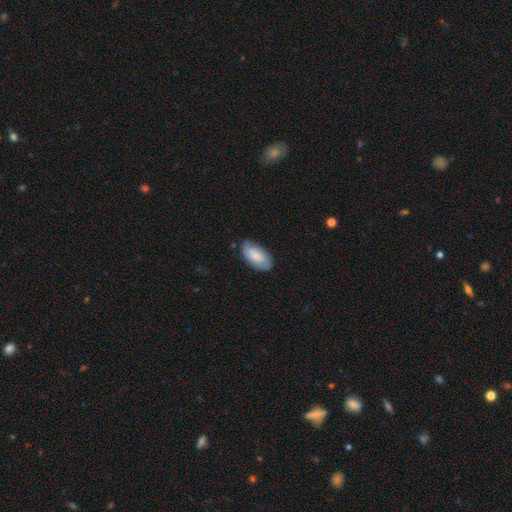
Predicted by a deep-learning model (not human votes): Smooth or featured? smooth (65%)
How rounded? in between (94%)
Merging? none (77%)